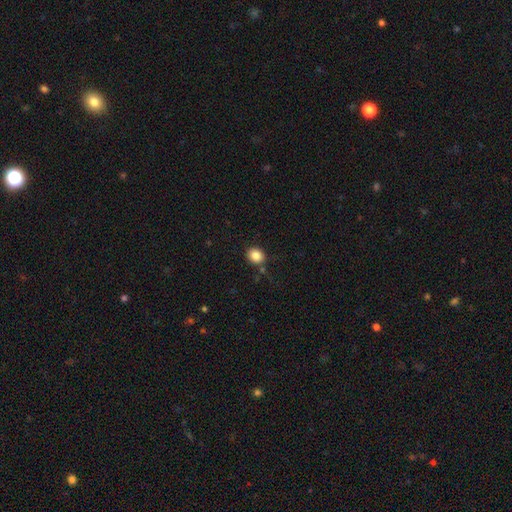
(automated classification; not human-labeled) Smooth or featured: smooth — 85% (star or artifact — 10%)
How rounded: round — 70% (in between — 29%)
Merging: none — 81% (minor disturbance — 11%)